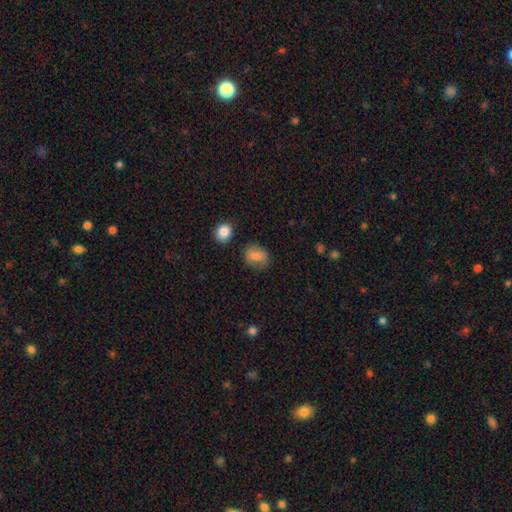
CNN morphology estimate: Smooth or featured: smooth — 82% (star or artifact — 9%)
How rounded: in between — 54% (round — 45%)
Merging: none — 73% (minor disturbance — 19%)